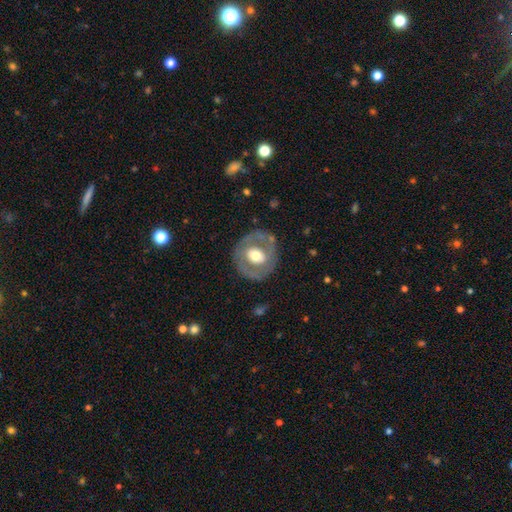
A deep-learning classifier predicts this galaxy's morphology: featured or disk 55%, smooth 40%, star or artifact 5%. Down the decision tree: edge-on disk — no (96%); bar — no (68%); spiral arms — no (80%); bulge size — moderate (60%); merging — none (79%).